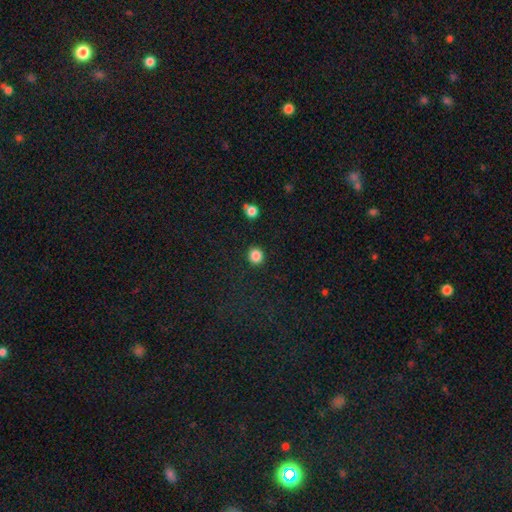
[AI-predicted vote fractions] Smooth or featured: smooth — 86% (star or artifact — 11%)
How rounded: round — 89% (in between — 10%)
Merging: none — 91% (minor disturbance — 5%)